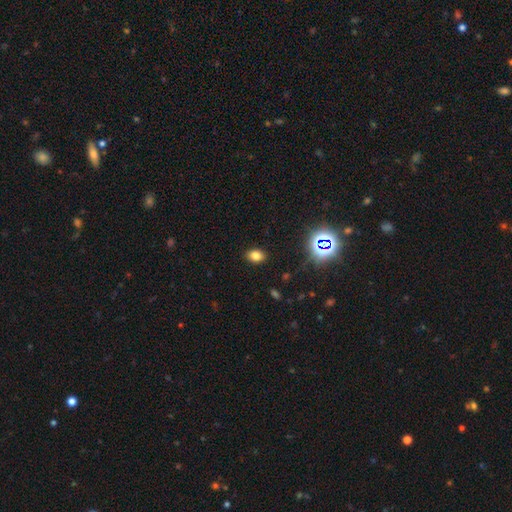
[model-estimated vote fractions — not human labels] Smooth or featured?
  - smooth: 77% *
  - star or artifact: 16%
  - featured or disk: 7%
How rounded?
  - in between: 75% *
  - round: 24%
  - cigar-shaped: 1%
Merging?
  - none: 88% *
  - minor disturbance: 8%
  - major disturbance: 2%
  - merger: 1%